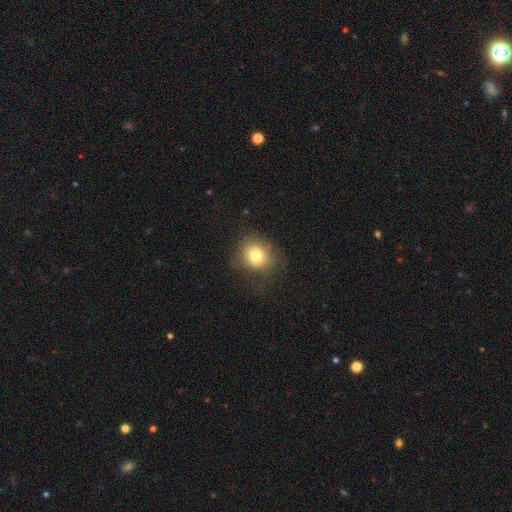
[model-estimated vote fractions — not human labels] A smooth galaxy with no disk features (77%) that is round (81%).

Vote fractions:
- Smooth or featured? smooth: 77% / star or artifact: 12% / featured or disk: 12%
- How rounded? round: 81% / in between: 18% / cigar-shaped: 1%
- Merging? none: 73% / minor disturbance: 17% / major disturbance: 9% / merger: 1%